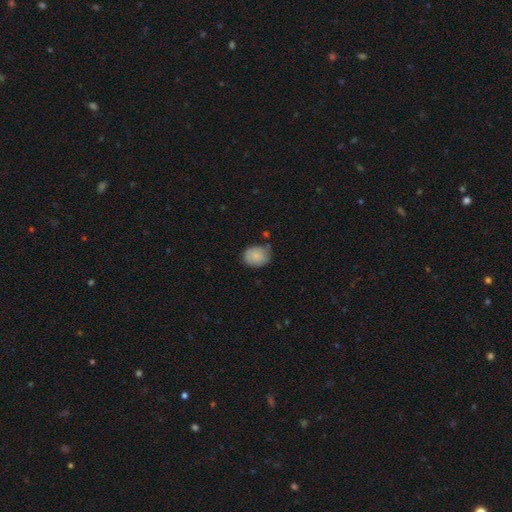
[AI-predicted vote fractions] Q: Smooth or featured?
A: smooth (84%); runner-up: featured or disk (9%)
Q: How rounded?
A: round (51%); runner-up: in between (48%)
Q: Merging?
A: none (64%); runner-up: minor disturbance (26%)